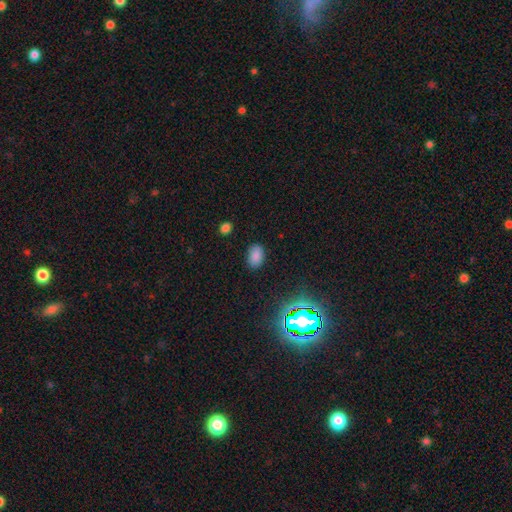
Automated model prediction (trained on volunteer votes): Smooth or featured? smooth (82%)
How rounded? in between (87%)
Merging? none (86%)